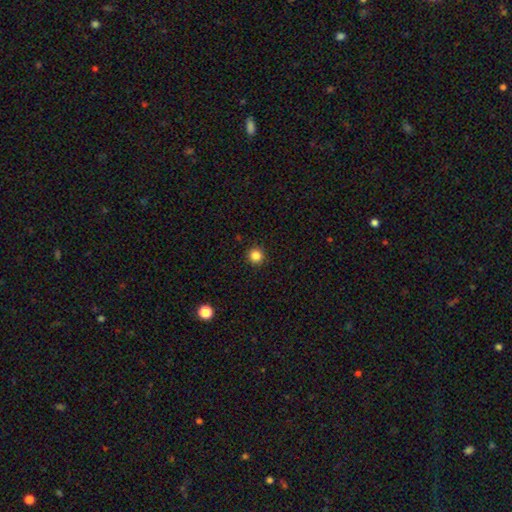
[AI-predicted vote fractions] Smooth or featured? smooth (85%)
How rounded? round (95%)
Merging? none (93%)